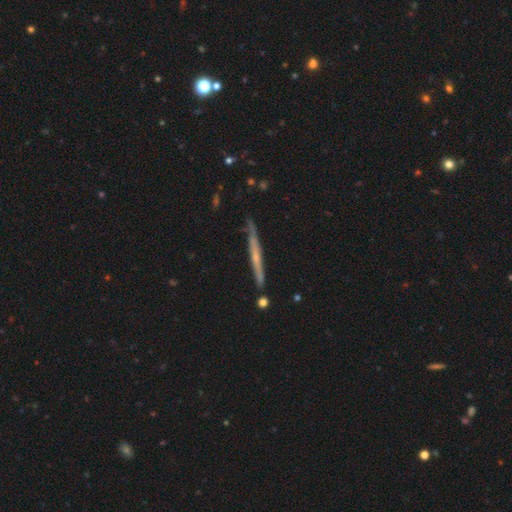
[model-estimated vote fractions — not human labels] The model was most divided on "edge-on bulge": none: 61%, rounded: 34%, boxy: 5%. More confident: edge-on disk — yes (95%); merging — none (80%); smooth or featured — featured or disk (61%).